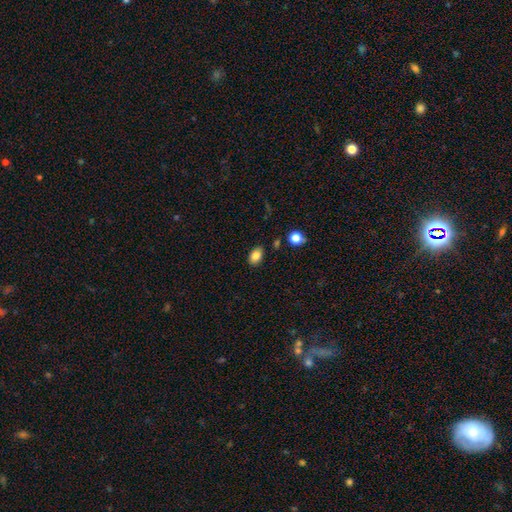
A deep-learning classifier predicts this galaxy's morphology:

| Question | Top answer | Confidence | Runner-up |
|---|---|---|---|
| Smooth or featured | smooth | 85% | star or artifact (9%) |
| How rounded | in between | 84% | round (14%) |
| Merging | none | 83% | minor disturbance (11%) |